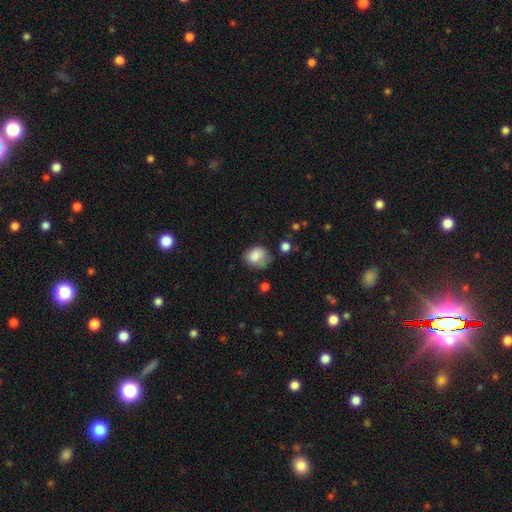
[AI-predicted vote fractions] This is clearly a smooth galaxy (80%). How rounded: possibly round (53%). Merging: possibly none (51%).